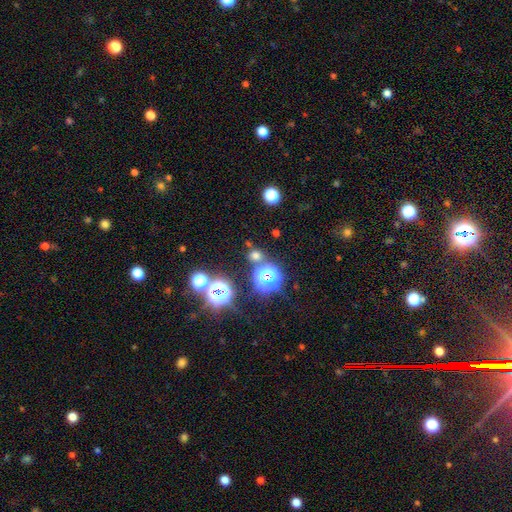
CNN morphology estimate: Smooth or featured? Predicted: smooth (p=0.56). How rounded? Predicted: round (p=0.88). Merging? Predicted: none (p=0.78).